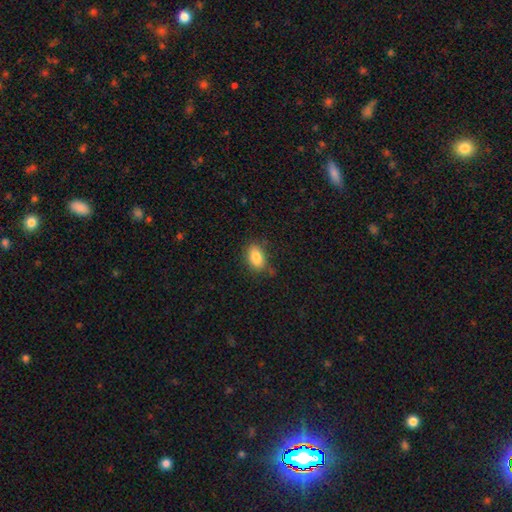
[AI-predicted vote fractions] Smooth or featured? smooth (84%)
How rounded? in between (87%)
Merging? none (74%)